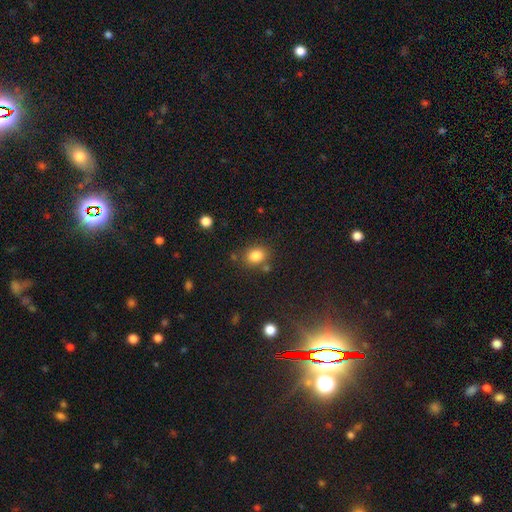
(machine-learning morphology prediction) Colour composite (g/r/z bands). It shows a smooth galaxy with no disk features (83%) that is in between round and cigar-shaped (51%). Merging: none (75%).